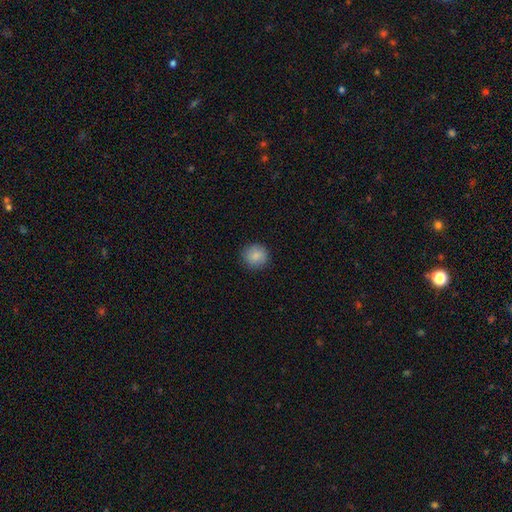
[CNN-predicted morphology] Smooth or featured?
  - smooth: 86% *
  - star or artifact: 8%
  - featured or disk: 5%
How rounded?
  - round: 90% *
  - in between: 9%
  - cigar-shaped: 1%
Merging?
  - none: 89% *
  - minor disturbance: 8%
  - major disturbance: 2%
  - merger: 1%